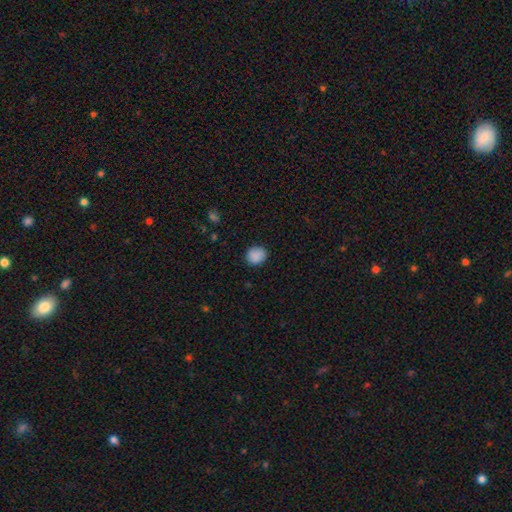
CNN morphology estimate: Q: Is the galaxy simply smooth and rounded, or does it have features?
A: smooth — 89%.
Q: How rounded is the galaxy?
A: round — 82%.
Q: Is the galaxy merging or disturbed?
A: none — 88%.